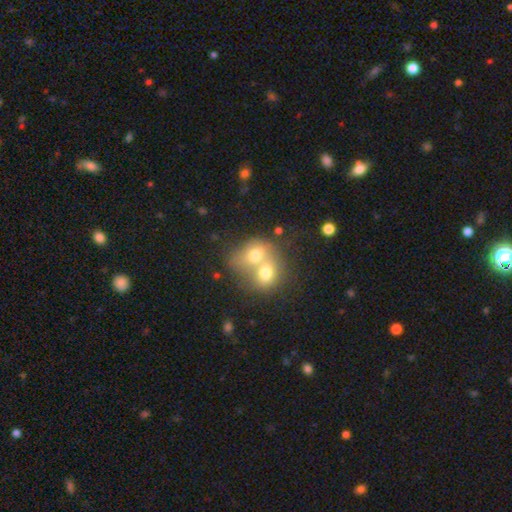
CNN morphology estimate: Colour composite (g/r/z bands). It shows a smooth galaxy with no disk features (63%) that is round (56%). Merging: merger (78%).